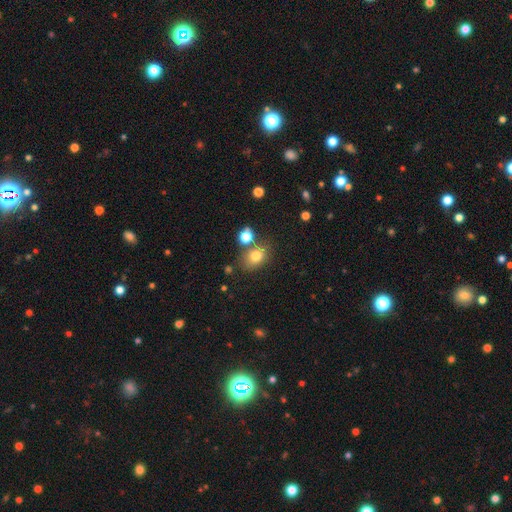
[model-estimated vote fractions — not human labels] smooth-or-featured: smooth: 76% | star or artifact: 14% | featured or disk: 10%
  how-rounded: in between: 61% | round: 38% | cigar-shaped: 1%
  merging: none: 65% | merger: 16% | minor disturbance: 14% | major disturbance: 5%